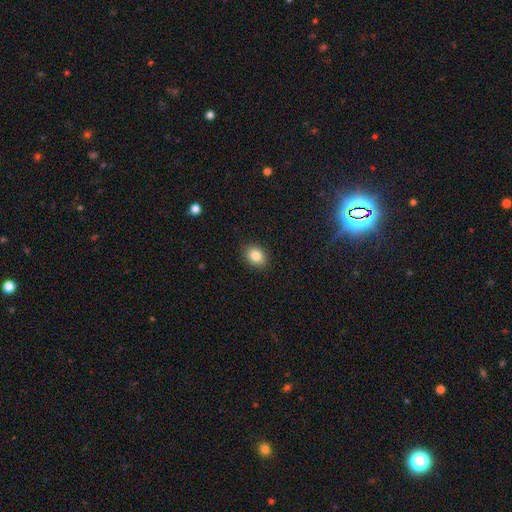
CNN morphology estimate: Smooth or featured: smooth — 84% (star or artifact — 9%)
How rounded: in between — 66% (round — 33%)
Merging: none — 89% (minor disturbance — 8%)